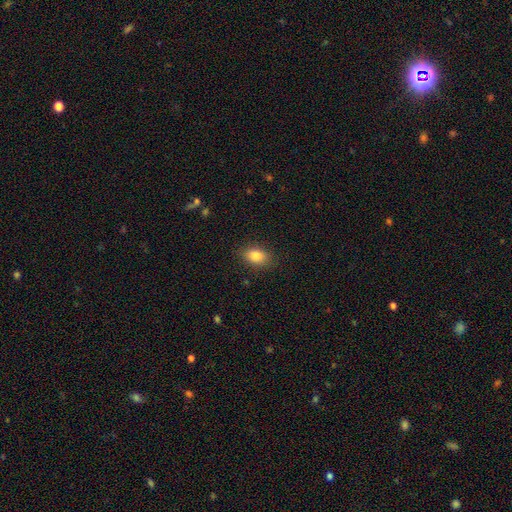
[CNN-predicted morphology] This appears to be a smooth galaxy with no disk features (85%) that is in between round and cigar-shaped (82%). Merging: none (85%).